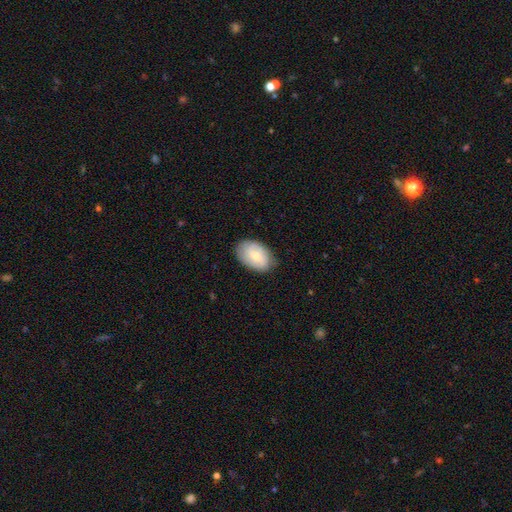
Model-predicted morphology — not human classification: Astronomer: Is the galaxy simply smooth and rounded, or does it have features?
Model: smooth — 64%.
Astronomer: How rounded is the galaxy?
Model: in between — 90%.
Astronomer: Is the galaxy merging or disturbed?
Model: none — 79%.